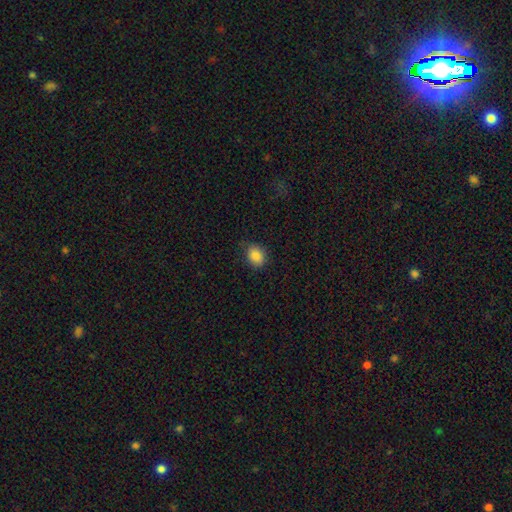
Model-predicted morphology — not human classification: This is clearly a smooth galaxy (86%). How rounded: possibly round (50%). Merging: likely none (79%).